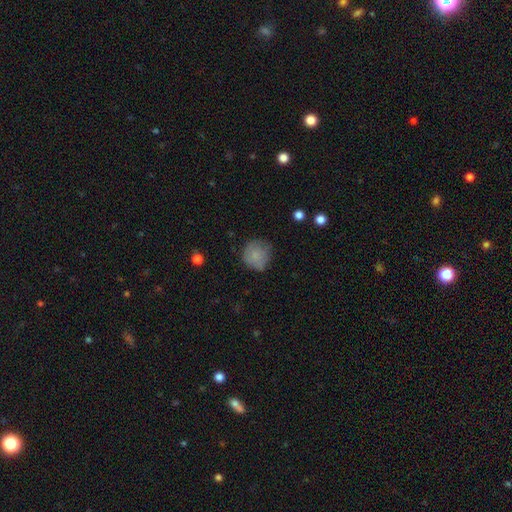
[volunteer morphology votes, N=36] This is clearly a smooth galaxy (83%). How rounded: likely round (70%). Merging: likely none (63%).